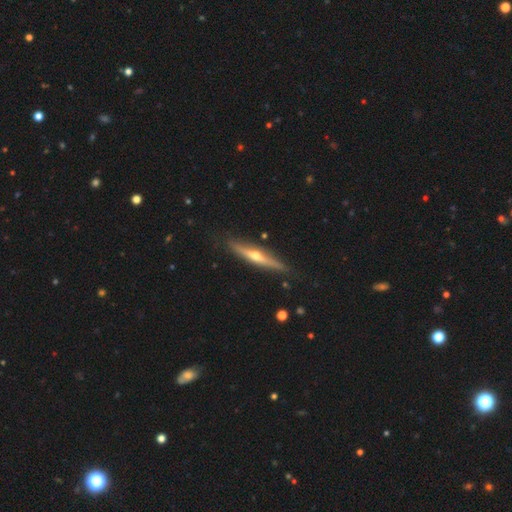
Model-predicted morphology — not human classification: Smooth or featured? Predicted: featured or disk (p=0.72). Edge-on disk? Predicted: yes (p=0.95). Edge-on bulge? Predicted: rounded (p=0.90). Merging? Predicted: none (p=0.85).